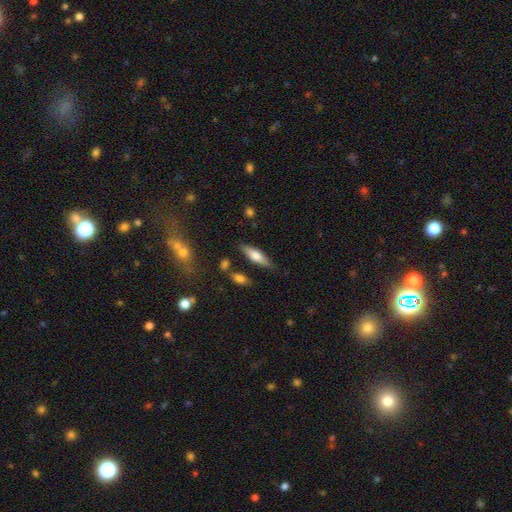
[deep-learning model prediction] smooth-or-featured: smooth: 62% | featured or disk: 32% | star or artifact: 7%
  how-rounded: cigar-shaped: 53% | in between: 45% | round: 2%
  merging: none: 79% | minor disturbance: 13% | merger: 5% | major disturbance: 3%